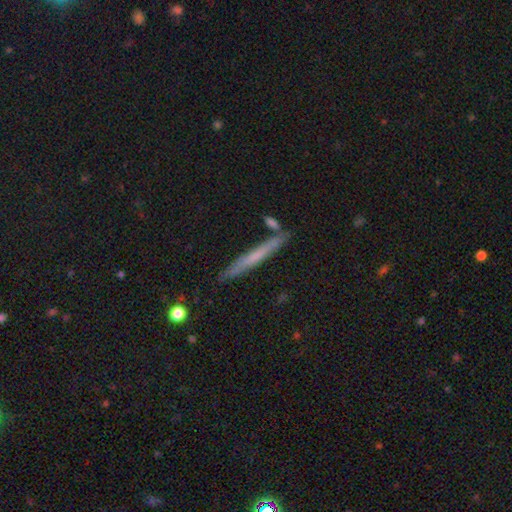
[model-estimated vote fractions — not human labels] The model was most divided on "smooth or featured": smooth: 50%, featured or disk: 43%, star or artifact: 7%. More confident: how rounded — cigar-shaped (96%); merging — none (84%).